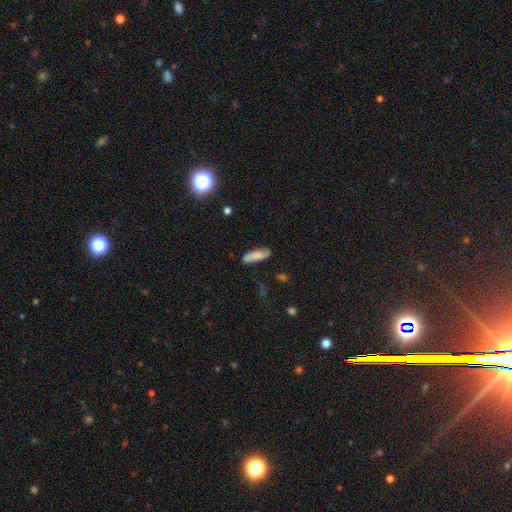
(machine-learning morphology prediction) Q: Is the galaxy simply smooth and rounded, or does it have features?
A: smooth — 79%.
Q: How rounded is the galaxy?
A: in between — 57%.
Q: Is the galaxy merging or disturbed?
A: none — 78%.